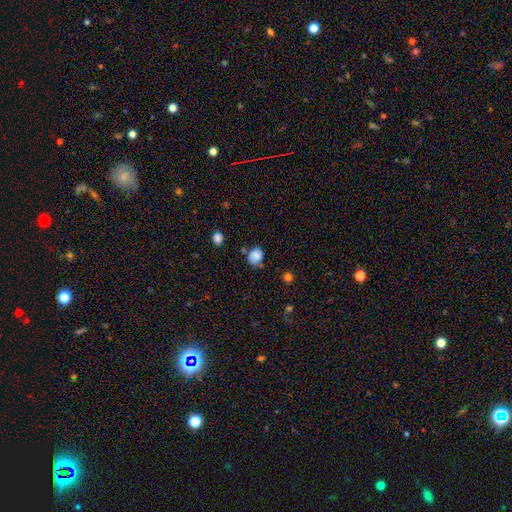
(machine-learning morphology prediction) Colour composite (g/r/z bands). It shows a smooth galaxy with no disk features (81%) that is round (62%). Merging: none (57%).